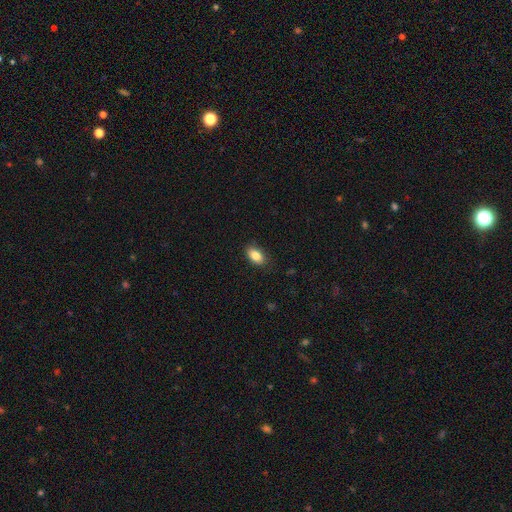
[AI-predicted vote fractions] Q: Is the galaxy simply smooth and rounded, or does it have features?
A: smooth — 84%.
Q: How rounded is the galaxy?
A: in between — 90%.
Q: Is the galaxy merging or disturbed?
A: none — 85%.